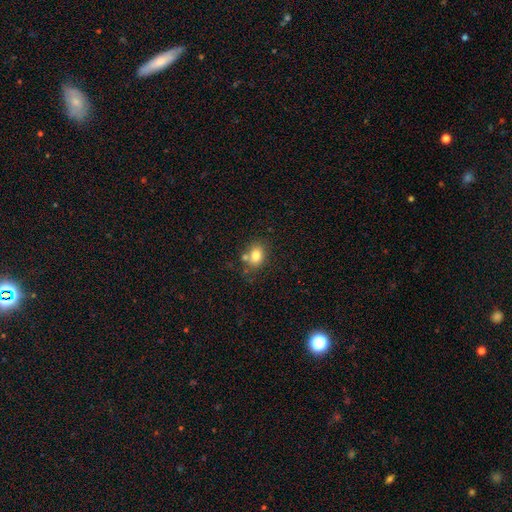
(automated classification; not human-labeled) Smooth or featured: smooth — 79% (featured or disk — 11%)
How rounded: in between — 53% (round — 46%)
Merging: none — 63% (merger — 17%)